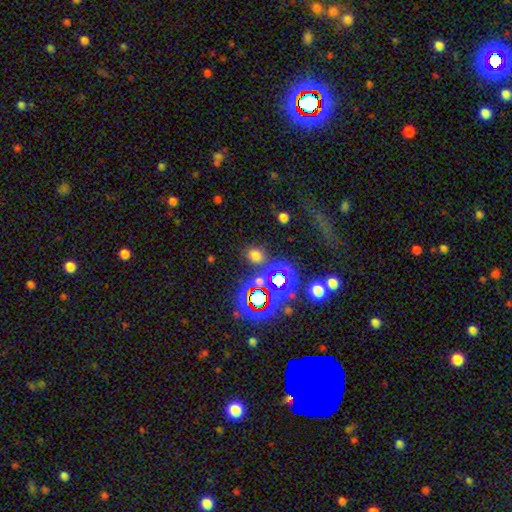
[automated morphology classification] This appears to be a smooth galaxy with no disk features (64%) that is round (72%). Merging: none (80%).